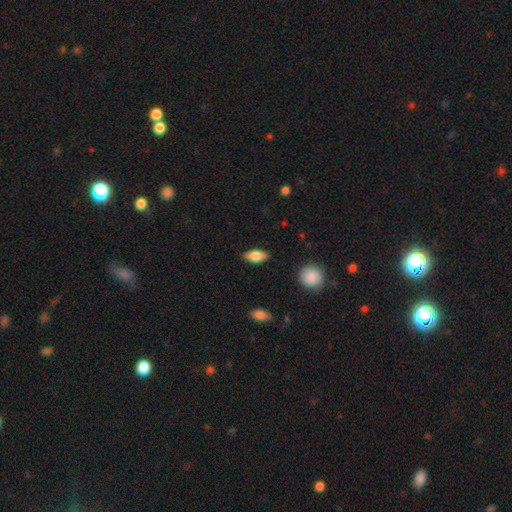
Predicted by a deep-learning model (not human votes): Smooth or featured?
  - smooth: 76% *
  - featured or disk: 17%
  - star or artifact: 7%
How rounded?
  - in between: 84% *
  - cigar-shaped: 12%
  - round: 4%
Merging?
  - none: 85% *
  - minor disturbance: 11%
  - major disturbance: 2%
  - merger: 1%